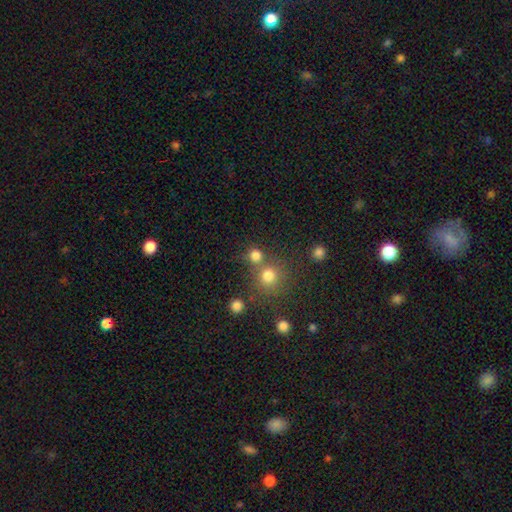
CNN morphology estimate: smooth 78%, star or artifact 15%, featured or disk 6%. Down the decision tree: how rounded — round (89%); merging — none (63%).